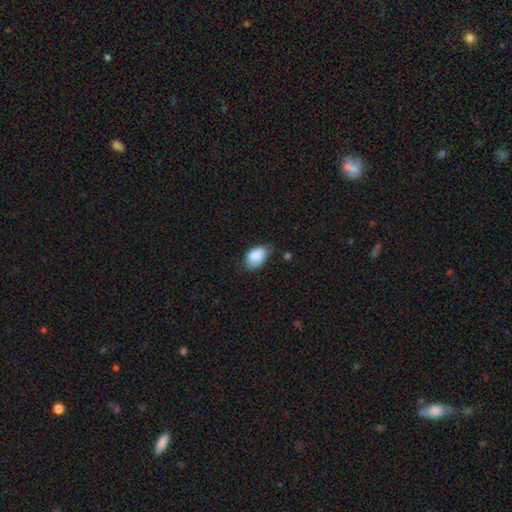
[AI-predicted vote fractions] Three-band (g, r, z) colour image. It shows a smooth galaxy with no disk features (87%) that is in between round and cigar-shaped (87%). Merging: none (51%).